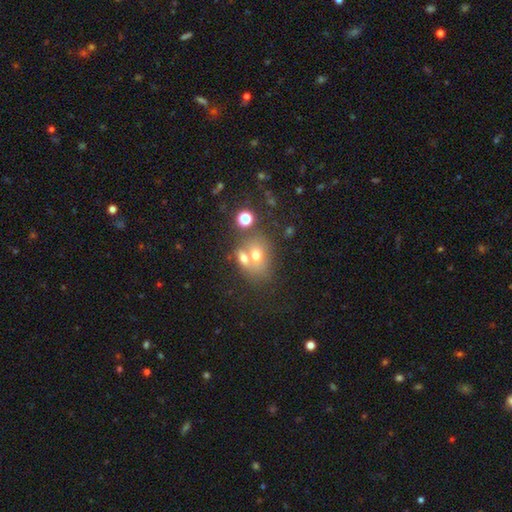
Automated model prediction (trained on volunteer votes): Smooth or featured? smooth (64%)
How rounded? in between (55%)
Merging? merger (50%)